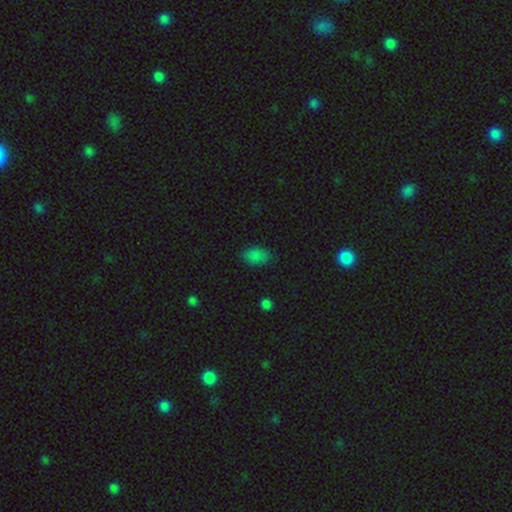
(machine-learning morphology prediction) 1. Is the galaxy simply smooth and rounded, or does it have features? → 83% smooth, 13% star or artifact, 4% featured or disk.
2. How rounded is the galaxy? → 90% in between, 9% round, 2% cigar-shaped.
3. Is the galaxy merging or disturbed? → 79% none, 16% minor disturbance, 4% major disturbance, 1% merger.